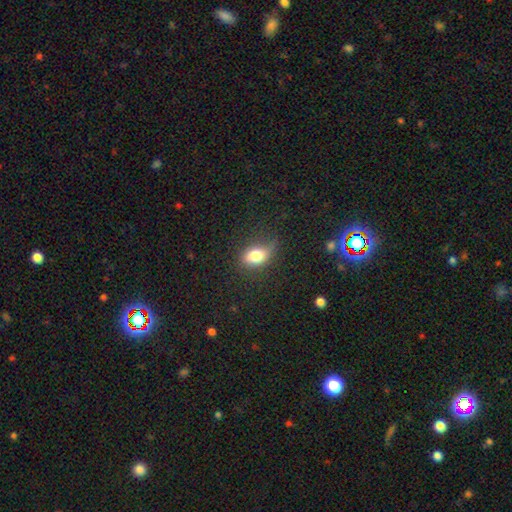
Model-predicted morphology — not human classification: Smooth or featured? Predicted: smooth (p=0.76). How rounded? Predicted: in between (p=0.79). Merging? Predicted: none (p=0.61).